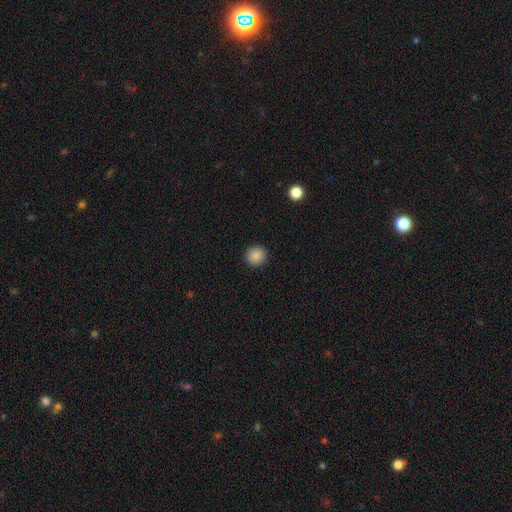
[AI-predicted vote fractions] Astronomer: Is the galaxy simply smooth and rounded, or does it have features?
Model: smooth — 88%.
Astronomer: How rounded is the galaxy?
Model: round — 89%.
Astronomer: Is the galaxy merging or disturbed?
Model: none — 92%.